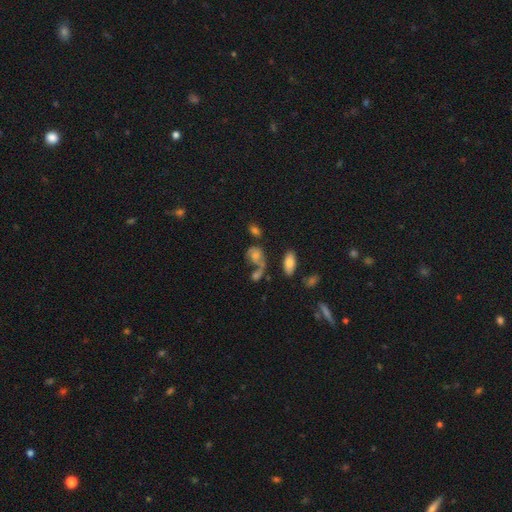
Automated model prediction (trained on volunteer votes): smooth 56%, featured or disk 24%, star or artifact 20%. Down the decision tree: how rounded — in between (59%); merging — none (43%).